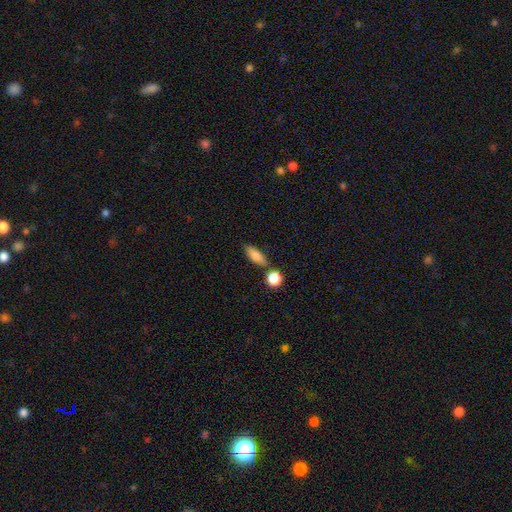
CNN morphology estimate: A smooth galaxy with no disk features (82%) that is in between round and cigar-shaped (68%). Merging: none (70%).